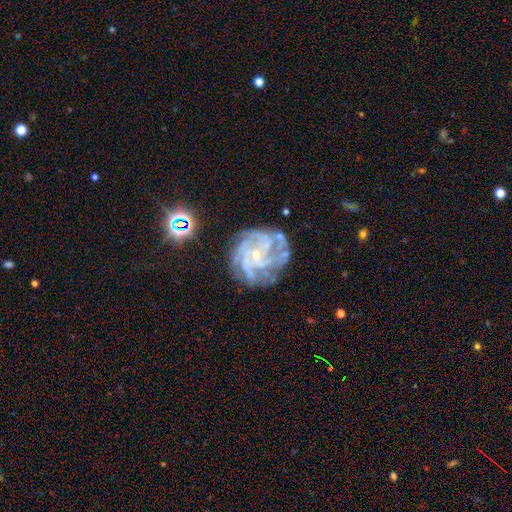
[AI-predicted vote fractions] Smooth or featured: featured or disk — 87% (star or artifact — 8%)
Edge-on disk: no — 98% (yes — 2%)
Bar: no — 66% (weak — 27%)
Spiral arms: yes — 97% (no — 3%)
Spiral winding: tight — 61% (medium — 33%)
Spiral arm count: 4 — 33% (can't tell — 18%)
Bulge size: small — 80% (moderate — 14%)
Merging: none — 72% (minor disturbance — 18%)